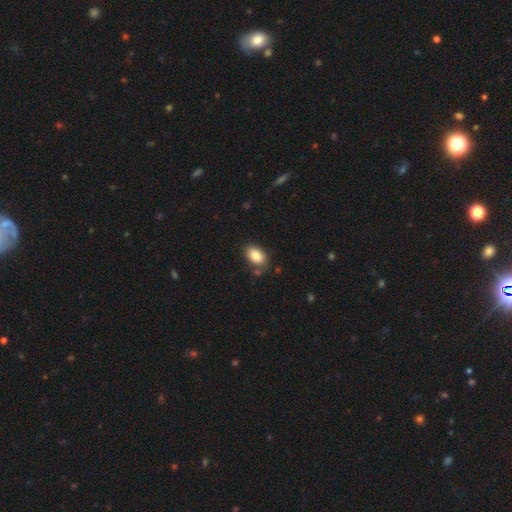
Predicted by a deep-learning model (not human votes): Morphology: type=smooth (85%); roundness=in between (89%); merging=none (78%).